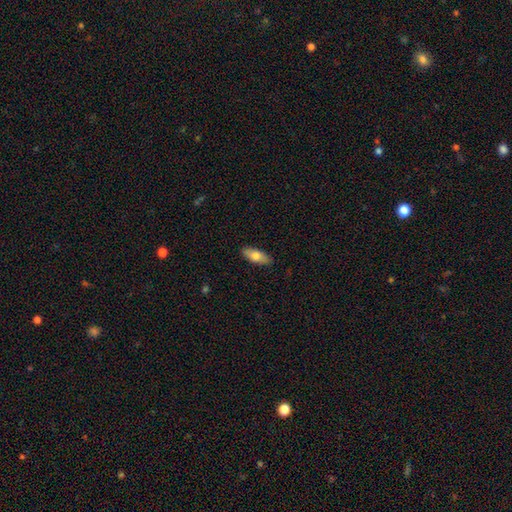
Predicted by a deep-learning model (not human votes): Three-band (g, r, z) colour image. It shows a smooth galaxy with no disk features (71%) that is in between round and cigar-shaped (79%). Merging: none (88%).